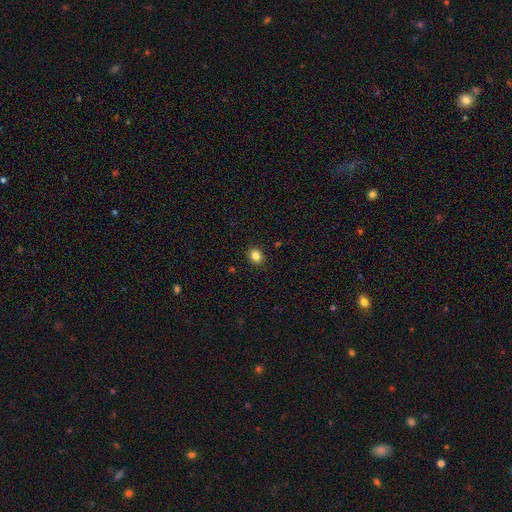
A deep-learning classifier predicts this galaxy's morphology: This appears to be a smooth galaxy with no disk features (84%) that is round (58%). Merging: none (91%).